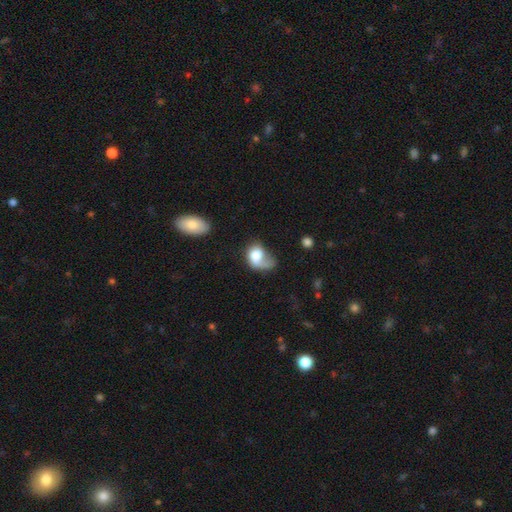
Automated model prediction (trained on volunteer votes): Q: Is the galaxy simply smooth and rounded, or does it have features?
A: smooth — 55%.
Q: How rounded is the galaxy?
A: in between — 62%.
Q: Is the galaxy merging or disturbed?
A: major disturbance — 45%.